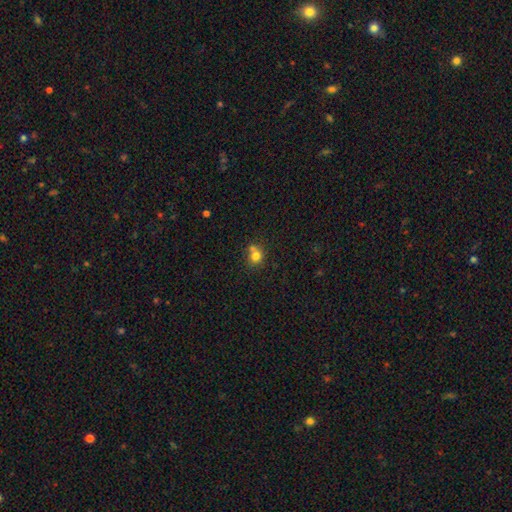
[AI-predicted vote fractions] Smooth or featured: smooth — 77% (star or artifact — 12%)
How rounded: round — 79% (in between — 20%)
Merging: none — 49% (merger — 36%)